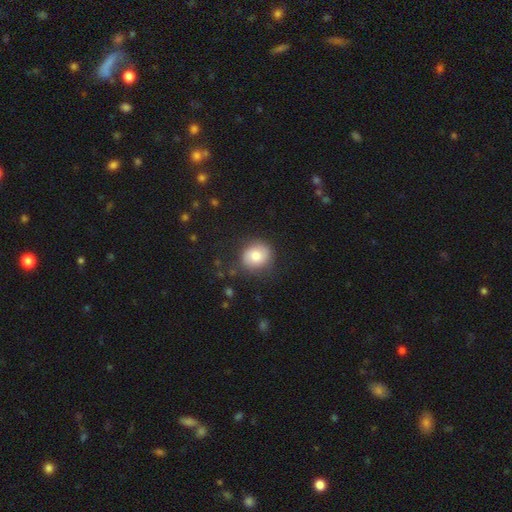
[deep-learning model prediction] Smooth or featured: smooth — 76% (featured or disk — 16%)
How rounded: round — 73% (in between — 26%)
Merging: none — 78% (minor disturbance — 15%)